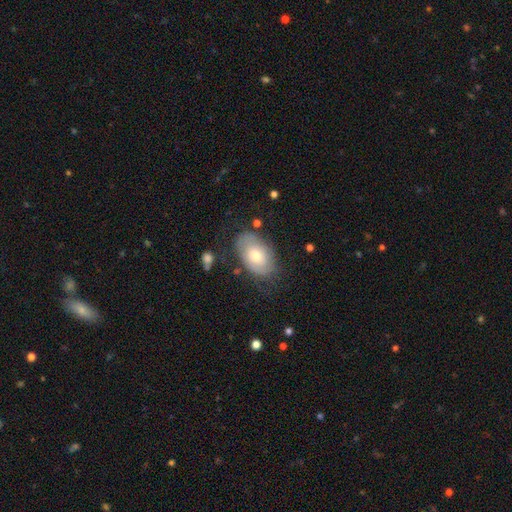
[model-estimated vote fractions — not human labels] smooth-or-featured: smooth: 51% | featured or disk: 42% | star or artifact: 7%
  how-rounded: in between: 90% | round: 9% | cigar-shaped: 1%
  merging: none: 68% | minor disturbance: 21% | major disturbance: 8% | merger: 2%